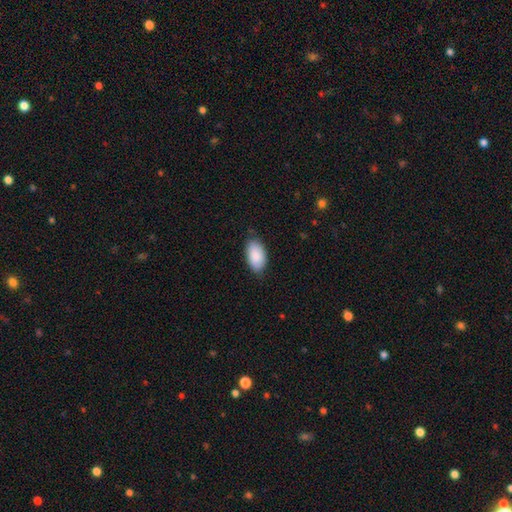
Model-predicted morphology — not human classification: Smooth or featured?
  - smooth: 90% *
  - star or artifact: 6%
  - featured or disk: 5%
How rounded?
  - in between: 95% *
  - round: 3%
  - cigar-shaped: 2%
Merging?
  - none: 79% *
  - minor disturbance: 17%
  - major disturbance: 3%
  - merger: 1%